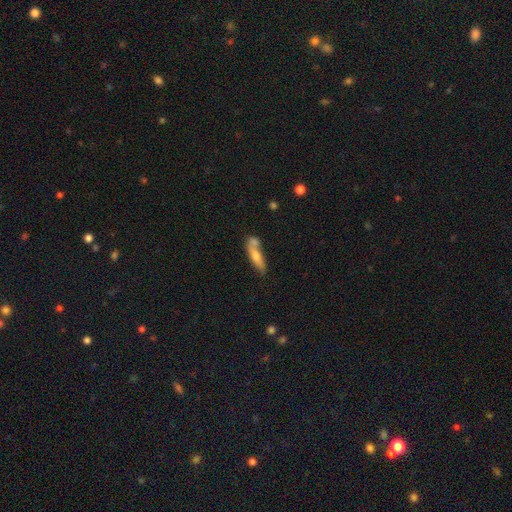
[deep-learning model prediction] Q: Smooth or featured?
A: smooth (60%); runner-up: featured or disk (33%)
Q: How rounded?
A: cigar-shaped (71%); runner-up: in between (26%)
Q: Merging?
A: none (51%); runner-up: merger (27%)